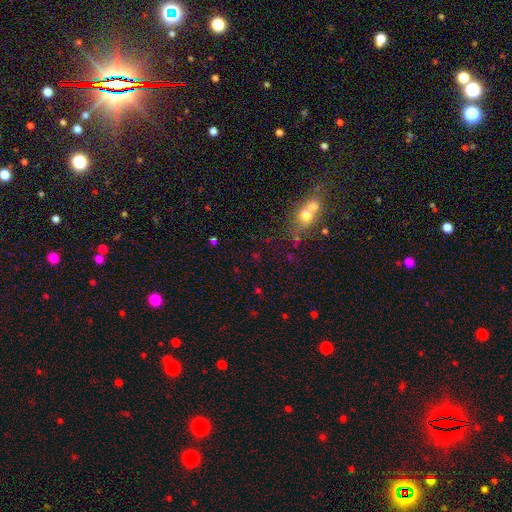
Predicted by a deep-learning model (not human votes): Smooth or featured?
  - smooth: 46% *
  - star or artifact: 43%
  - featured or disk: 11%
Merging?
  - none: 67% *
  - merger: 17%
  - minor disturbance: 10%
  - major disturbance: 6%